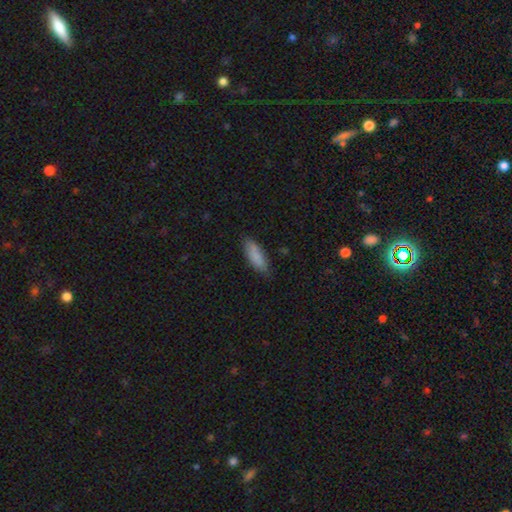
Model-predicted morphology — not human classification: type=smooth (87%); roundness=in between (63%); merging=none (79%).